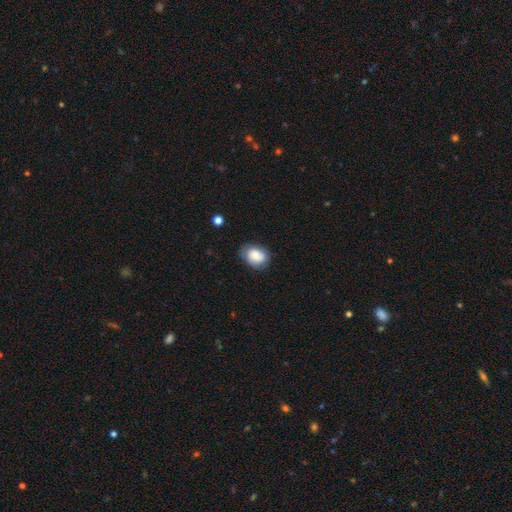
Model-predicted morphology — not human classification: This appears to be a smooth galaxy with no disk features (78%) that is in between round and cigar-shaped (70%). Merging: none (72%).